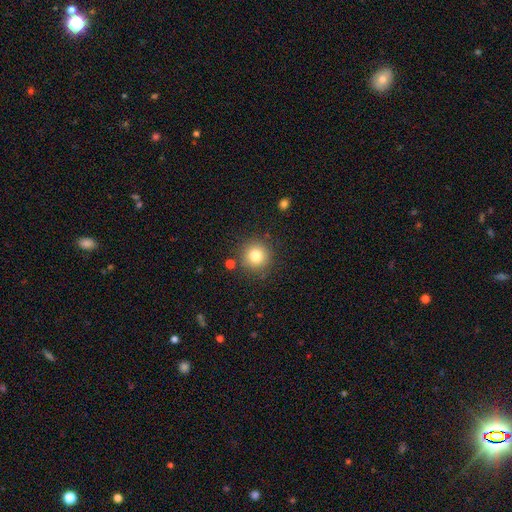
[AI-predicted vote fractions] smooth 80%, star or artifact 12%, featured or disk 8%. Down the decision tree: how rounded — round (94%); merging — none (85%).